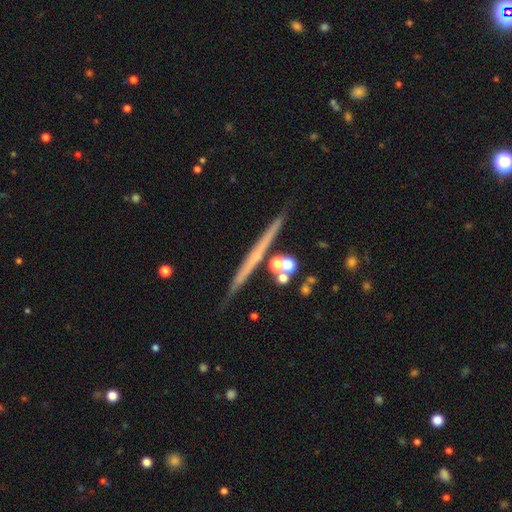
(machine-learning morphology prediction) smooth_or_featured: featured or disk (p=0.60) [alt: smooth p=0.32]
disk_edge_on: yes (p=0.97) [alt: no p=0.03]
edge_on_bulge: none (p=0.83) [alt: rounded p=0.14]
merging: none (p=0.85) [alt: minor disturbance p=0.09]